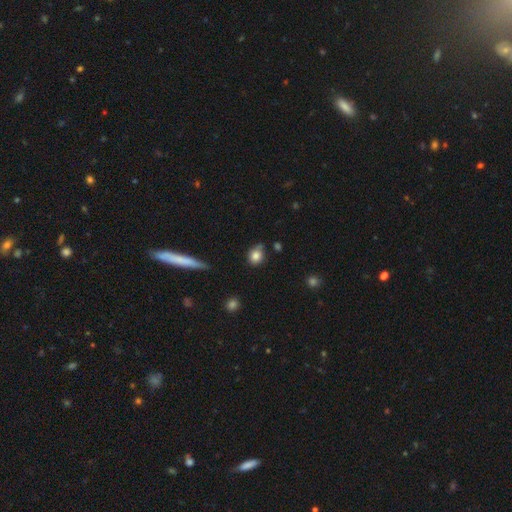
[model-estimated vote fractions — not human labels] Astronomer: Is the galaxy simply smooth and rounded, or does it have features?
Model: smooth — 82%.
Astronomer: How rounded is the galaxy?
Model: round — 69%.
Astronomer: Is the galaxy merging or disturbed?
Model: none — 62%.